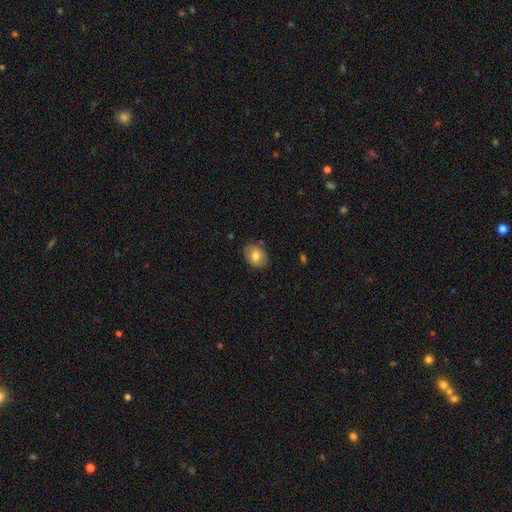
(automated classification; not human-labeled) Morphology: type=smooth (74%); roundness=in between (56%); merging=none (84%).